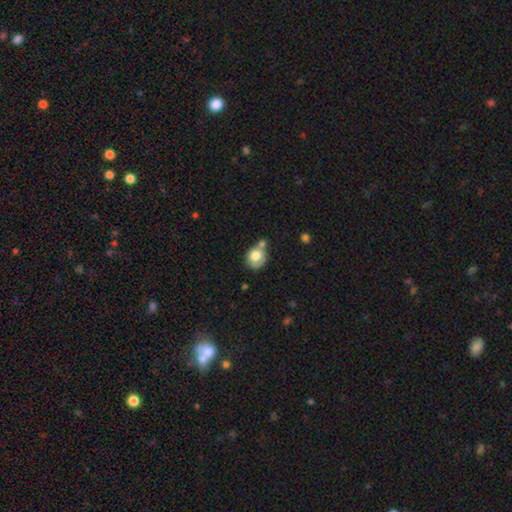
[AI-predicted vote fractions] This appears to be a smooth galaxy with no disk features (73%) that is round (66%). Merging: none (38%).